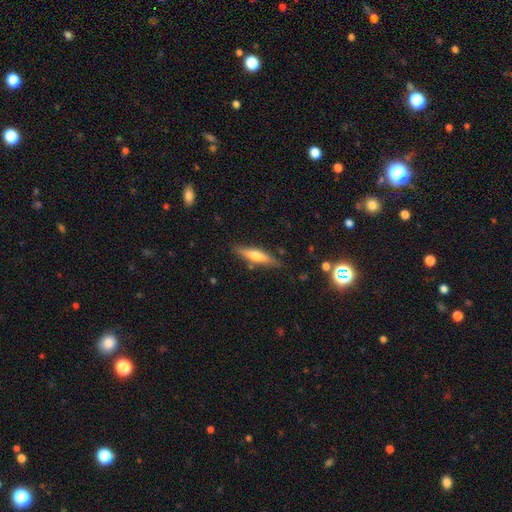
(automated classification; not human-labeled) smooth-or-featured: smooth: 53% | featured or disk: 40% | star or artifact: 6%
  how-rounded: cigar-shaped: 78% | in between: 20% | round: 2%
  merging: none: 81% | minor disturbance: 14% | major disturbance: 3% | merger: 3%